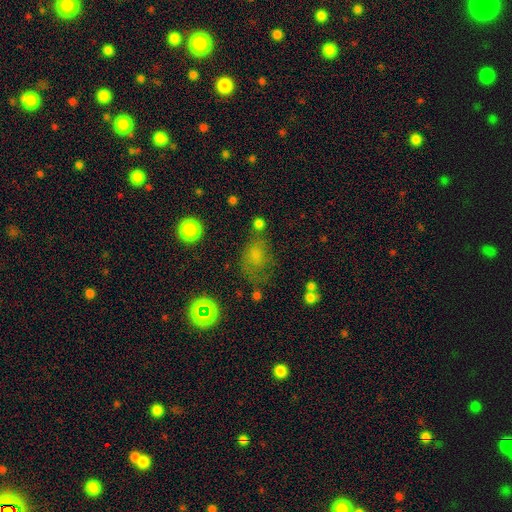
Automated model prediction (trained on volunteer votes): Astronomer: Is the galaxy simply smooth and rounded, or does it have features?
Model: smooth — 60%.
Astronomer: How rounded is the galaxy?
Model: in between — 63%.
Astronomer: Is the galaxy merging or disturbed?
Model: none — 49% (runner-up: minor disturbance, 25%).